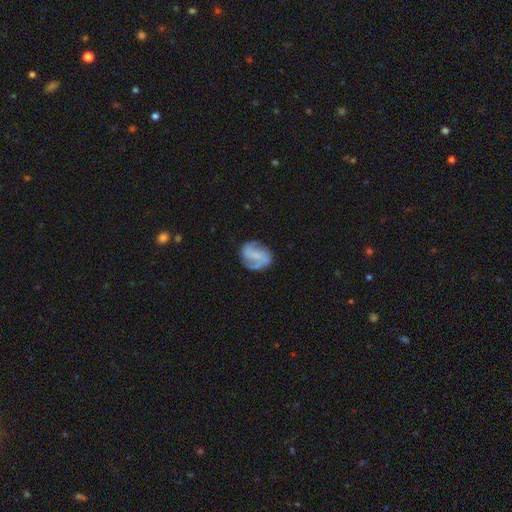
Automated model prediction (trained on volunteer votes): A featured or disk galaxy (65%) with no bar (44%), 2 (70%) medium (43%) spiral arms (86%) and no central bulge (49%).

Vote fractions:
- Smooth or featured? featured or disk: 65% / smooth: 28% / star or artifact: 7%
- Edge-on disk? no: 98% / yes: 2%
- Bar? no: 44% / weak: 39% / strong: 18%
- Spiral arms? yes: 86% / no: 14%
- Spiral winding? medium: 43% / loose: 35% / tight: 22%
- Spiral arm count? 2: 70% / can't tell: 12% / 3: 10% / 1: 4% / 4: 2% / more than 4: 2%
- Bulge size? none: 49% / small: 30% / moderate: 16% / large: 4% / dominant: 1%
- Merging? none: 69% / minor disturbance: 19% / major disturbance: 10% / merger: 3%